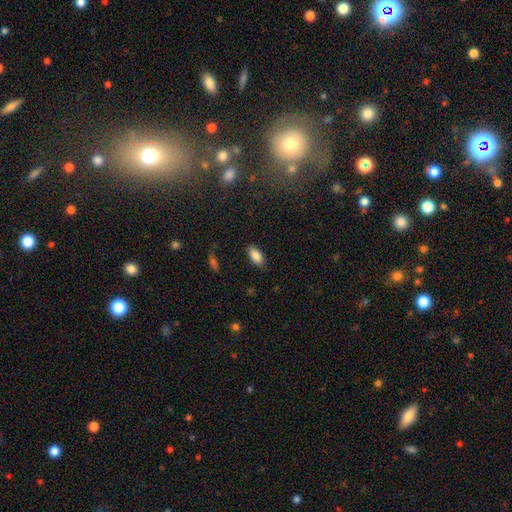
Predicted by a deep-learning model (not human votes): Overall: smooth (86%). How rounded: in between (90%). Merging: none (87%).